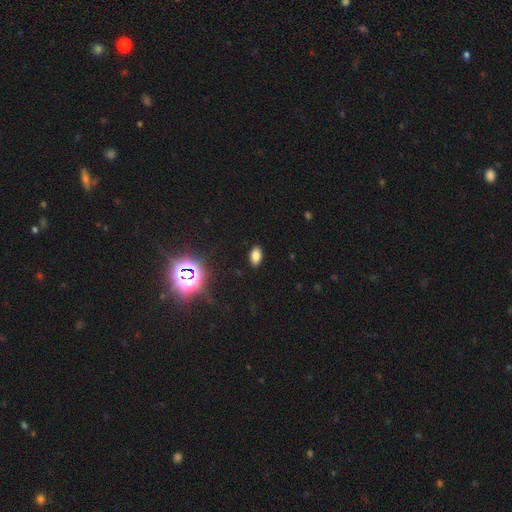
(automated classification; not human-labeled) smooth_or_featured: smooth (p=0.75) [alt: star or artifact p=0.18]
how_rounded: in between (p=0.91) [alt: round p=0.06]
merging: none (p=0.89) [alt: minor disturbance p=0.08]